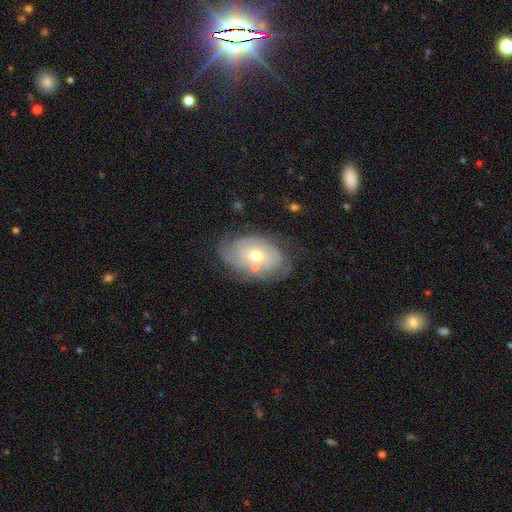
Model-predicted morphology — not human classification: Smooth or featured? Predicted: featured or disk (p=0.60). Edge-on disk? Predicted: no (p=0.94). Bar? Predicted: no (p=0.82). Spiral arms? Predicted: yes (p=0.65). Bulge size? Predicted: moderate (p=0.63). Merging? Predicted: none (p=0.59).